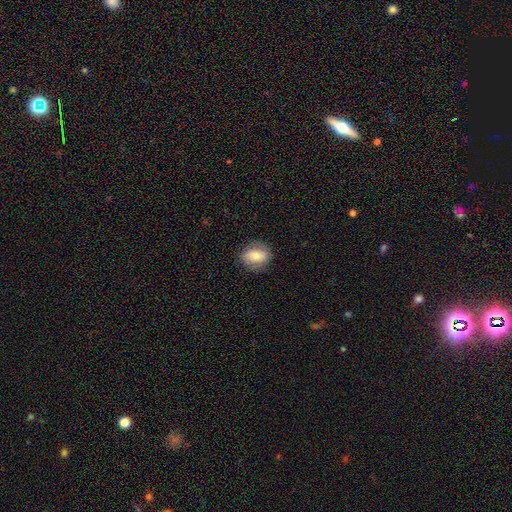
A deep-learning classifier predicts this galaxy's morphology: smooth_or_featured: smooth (p=0.68) [alt: featured or disk p=0.25]
how_rounded: in between (p=0.56) [alt: round p=0.43]
merging: none (p=0.83) [alt: minor disturbance p=0.12]